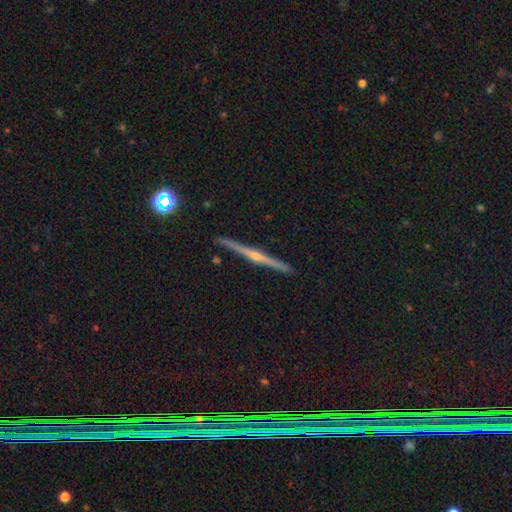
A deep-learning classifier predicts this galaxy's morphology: smooth_or_featured: featured or disk (p=0.82) [alt: smooth p=0.13]
disk_edge_on: yes (p=0.99) [alt: no p=0.01]
edge_on_bulge: rounded (p=0.85) [alt: none p=0.11]
merging: none (p=0.92) [alt: minor disturbance p=0.06]